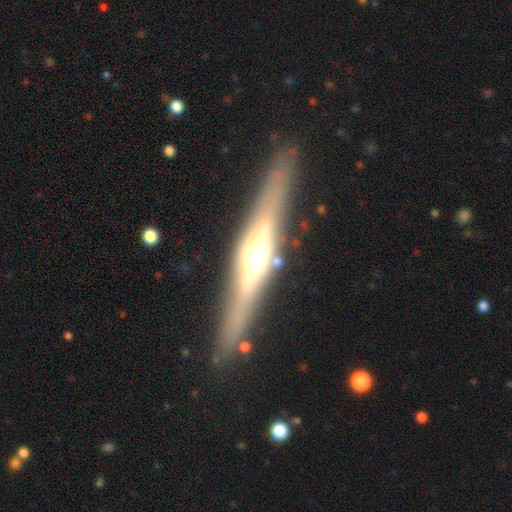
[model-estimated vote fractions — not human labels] The model was most divided on "smooth or featured": featured or disk: 73%, smooth: 21%, star or artifact: 7%. More confident: edge-on disk — yes (94%); merging — none (87%); edge-on bulge — rounded (87%).